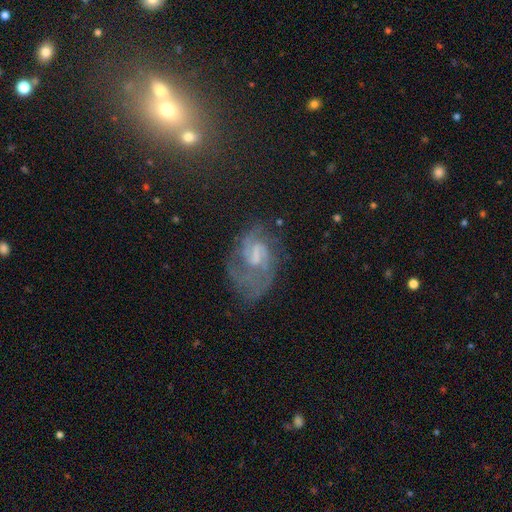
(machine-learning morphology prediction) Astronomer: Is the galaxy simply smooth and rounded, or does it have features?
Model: featured or disk — 70%.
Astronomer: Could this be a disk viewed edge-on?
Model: no — 97%.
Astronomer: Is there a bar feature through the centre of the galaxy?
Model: weak — 50% (runner-up: no, 37%).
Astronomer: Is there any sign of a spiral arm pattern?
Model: yes — 84%.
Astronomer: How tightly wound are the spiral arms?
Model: medium — 45% (runner-up: tight, 32%).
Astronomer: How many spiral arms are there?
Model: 2 — 44% (runner-up: can't tell, 26%).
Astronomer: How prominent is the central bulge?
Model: small — 33%, tied with none at 33%.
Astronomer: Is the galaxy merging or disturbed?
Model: none — 46% (runner-up: major disturbance, 29%).